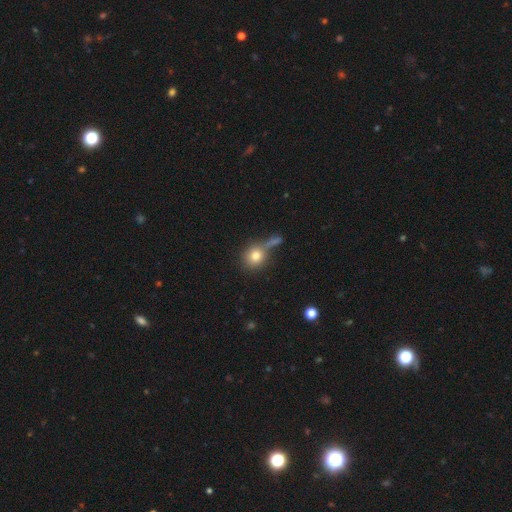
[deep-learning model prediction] Smooth or featured? Predicted: smooth (p=0.78). How rounded? Predicted: round (p=0.82). Merging? Predicted: none (p=0.53).